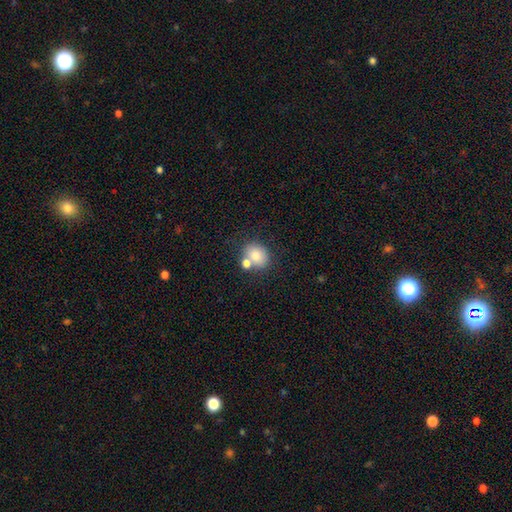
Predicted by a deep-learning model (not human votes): smooth-or-featured: smooth: 79% | featured or disk: 11% | star or artifact: 10%
  how-rounded: round: 58% | in between: 41% | cigar-shaped: 1%
  merging: none: 56% | merger: 27% | minor disturbance: 12% | major disturbance: 5%